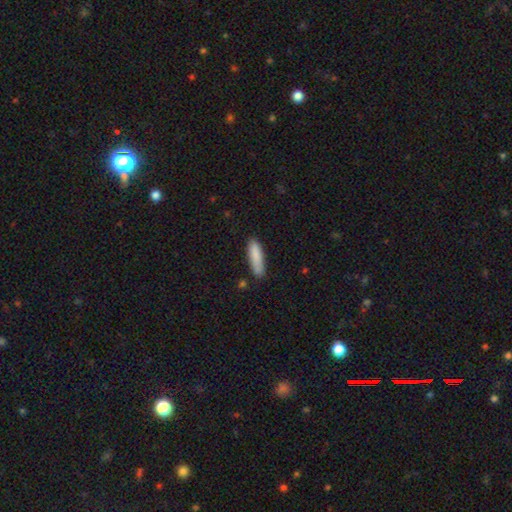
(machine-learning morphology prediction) type=smooth (87%); roundness=cigar-shaped (69%); merging=none (81%).